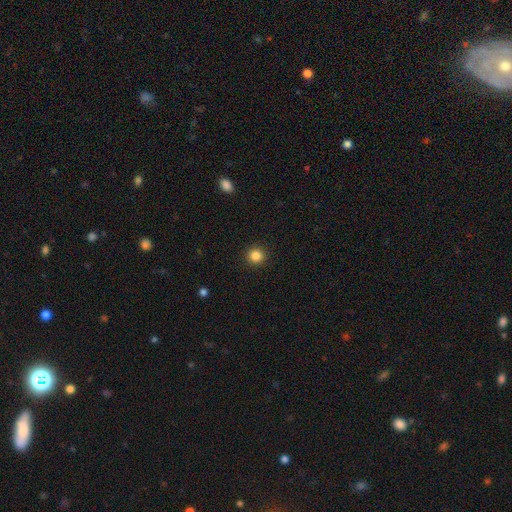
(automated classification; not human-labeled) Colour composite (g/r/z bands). It shows a smooth galaxy with no disk features (85%) that is round (95%). Merging: none (93%).